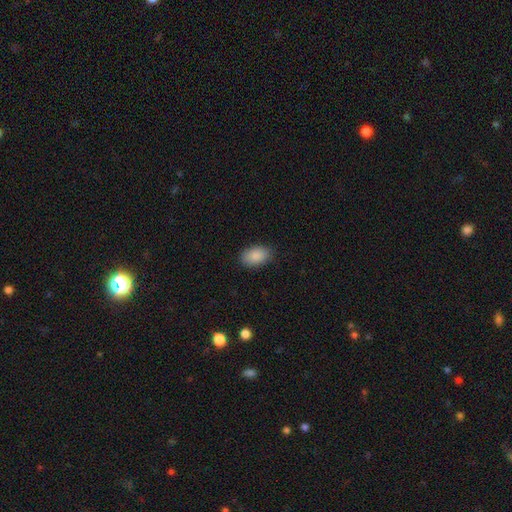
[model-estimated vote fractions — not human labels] smooth_or_featured: smooth (p=0.89) [alt: star or artifact p=0.07]
how_rounded: in between (p=0.93) [alt: round p=0.06]
merging: none (p=0.85) [alt: minor disturbance p=0.11]